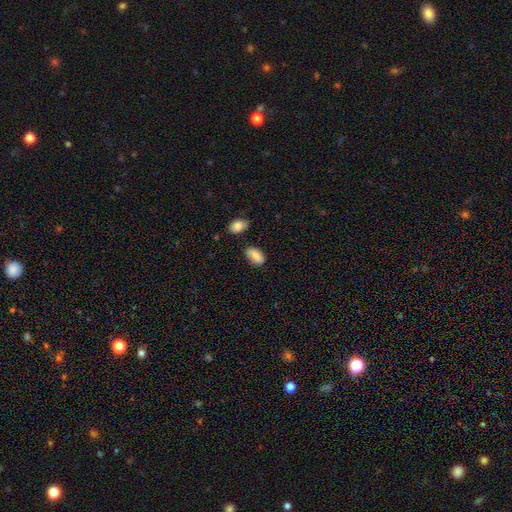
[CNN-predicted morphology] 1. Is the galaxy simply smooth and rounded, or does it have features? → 81% smooth, 12% featured or disk, 7% star or artifact.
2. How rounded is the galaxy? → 91% in between, 6% round, 3% cigar-shaped.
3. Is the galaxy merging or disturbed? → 76% none, 17% minor disturbance, 4% merger, 3% major disturbance.